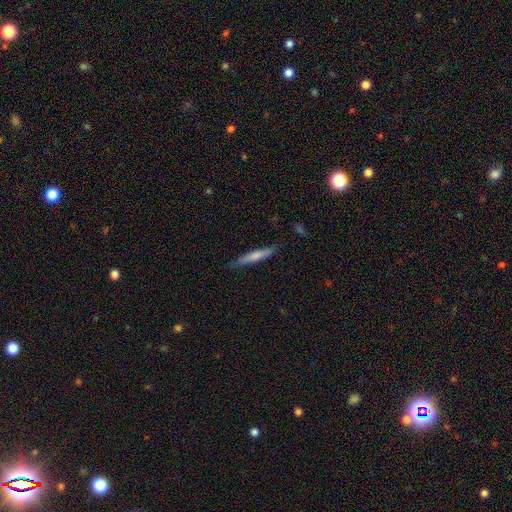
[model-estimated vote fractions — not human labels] A smooth galaxy with no disk features (67%) that is cigar-shaped (92%).

Vote fractions:
- Smooth or featured? smooth: 67% / featured or disk: 28% / star or artifact: 6%
- How rounded? cigar-shaped: 92% / in between: 6% / round: 1%
- Merging? none: 81% / minor disturbance: 15% / major disturbance: 3% / merger: 1%